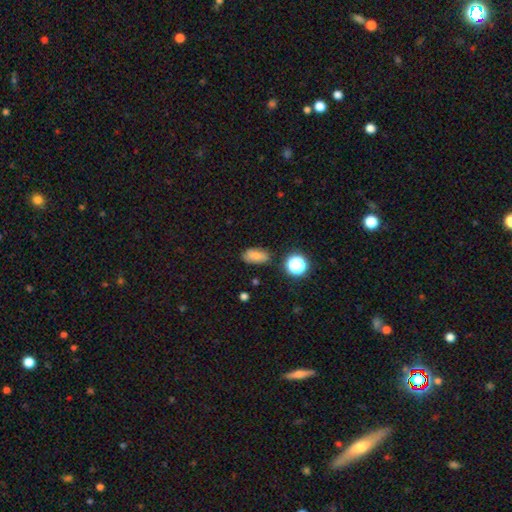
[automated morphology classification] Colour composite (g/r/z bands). It shows a smooth galaxy with no disk features (73%) that is in between round and cigar-shaped (84%). Merging: none (75%).